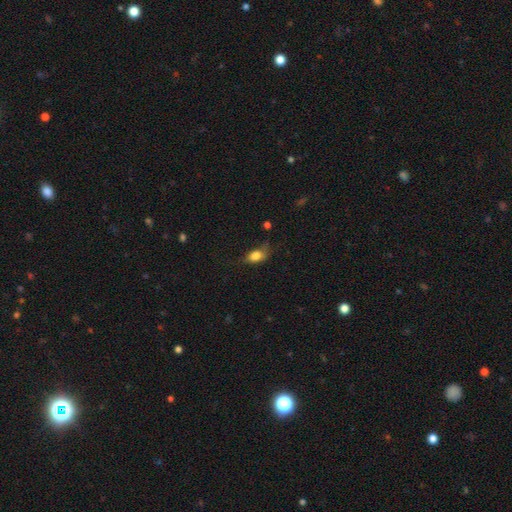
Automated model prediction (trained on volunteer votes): A smooth galaxy with no disk features (81%) that is in between round and cigar-shaped (83%).

Vote fractions:
- Smooth or featured? smooth: 81% / featured or disk: 10% / star or artifact: 9%
- How rounded? in between: 83% / round: 13% / cigar-shaped: 4%
- Merging? none: 48% / minor disturbance: 34% / major disturbance: 15% / merger: 3%